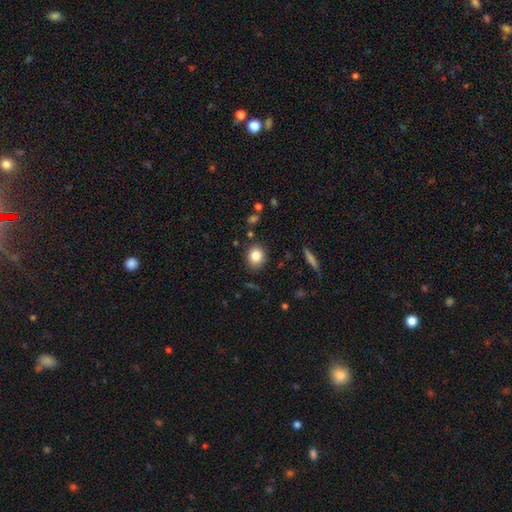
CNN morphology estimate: Smooth or featured? Predicted: smooth (p=0.83). How rounded? Predicted: round (p=0.75). Merging? Predicted: none (p=0.86).